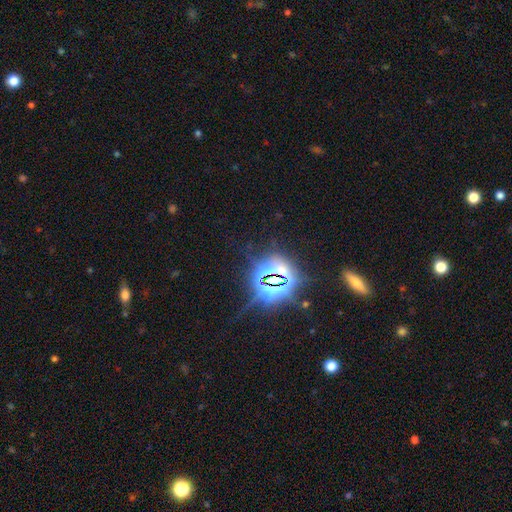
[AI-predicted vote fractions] Smooth or featured? star or artifact (81%)